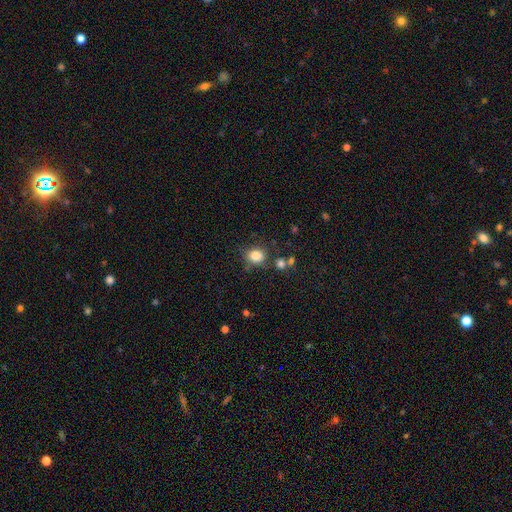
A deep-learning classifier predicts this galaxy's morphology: Q: Smooth or featured?
A: smooth (83%); runner-up: star or artifact (11%)
Q: How rounded?
A: round (69%); runner-up: in between (30%)
Q: Merging?
A: none (75%); runner-up: minor disturbance (14%)